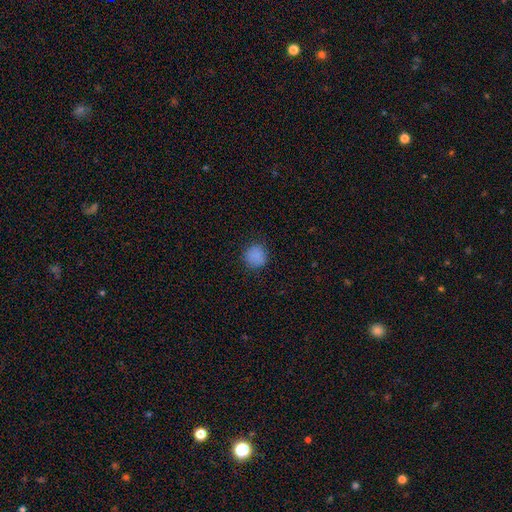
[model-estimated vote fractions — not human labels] Morphology: type=smooth (85%); roundness=round (91%); merging=none (86%).